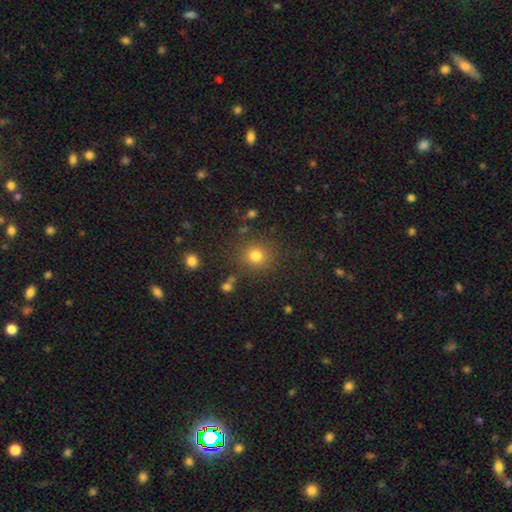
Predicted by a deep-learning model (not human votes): Morphology: type=smooth (78%); roundness=round (87%); merging=none (84%).